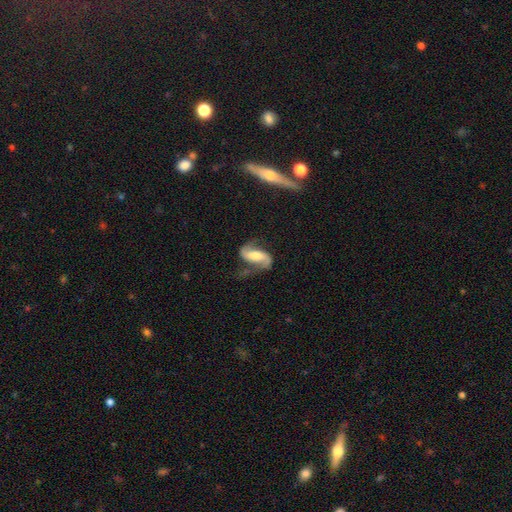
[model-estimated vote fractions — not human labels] The model was most divided on "bar" (2-way tie): strong: 36%, weak: 36%, no: 28%. Remaining: edge-on disk — no (96%); spiral arms — yes (96%); spiral arm count — 2 (92%); smooth or featured — featured or disk (82%); merging — none (61%); spiral winding — loose (49%); bulge size — moderate (40%).